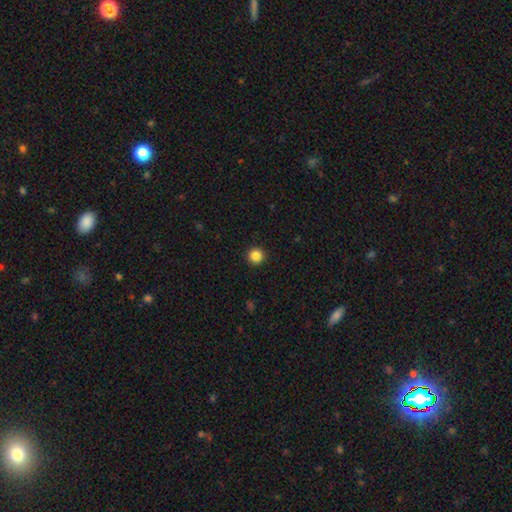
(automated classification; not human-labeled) Smooth or featured?
  - smooth: 86% *
  - star or artifact: 11%
  - featured or disk: 3%
How rounded?
  - round: 96% *
  - in between: 3%
  - cigar-shaped: 1%
Merging?
  - none: 94% *
  - minor disturbance: 4%
  - major disturbance: 2%
  - merger: 1%